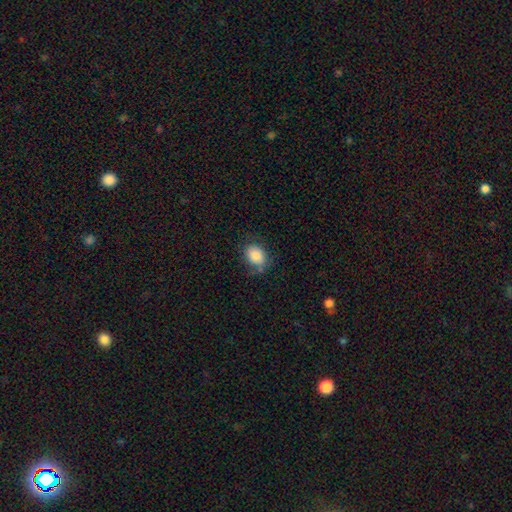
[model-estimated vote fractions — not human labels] Smooth or featured?
  - smooth: 85% *
  - star or artifact: 8%
  - featured or disk: 7%
How rounded?
  - in between: 63% *
  - round: 36%
  - cigar-shaped: 1%
Merging?
  - none: 68% *
  - minor disturbance: 22%
  - major disturbance: 7%
  - merger: 3%